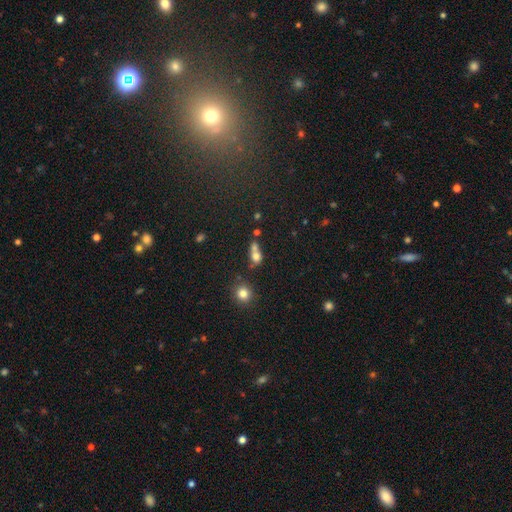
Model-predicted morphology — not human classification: This appears to be a smooth galaxy with no disk features (69%) that is in between round and cigar-shaped (51%). Merging: merger (50%).